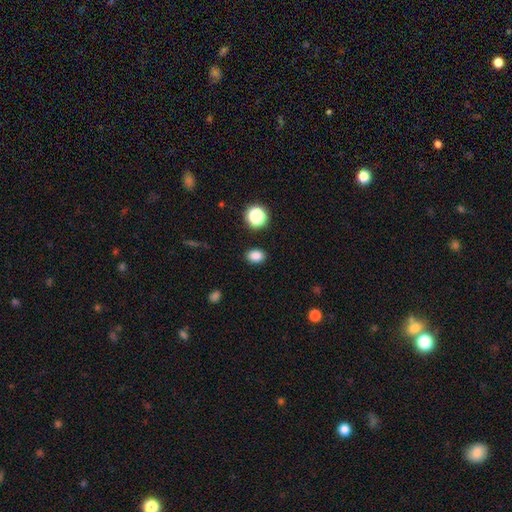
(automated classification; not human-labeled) The model was most divided on "how rounded": in between: 68%, round: 31%, cigar-shaped: 1%. More confident: merging — none (88%); smooth or featured — smooth (84%).